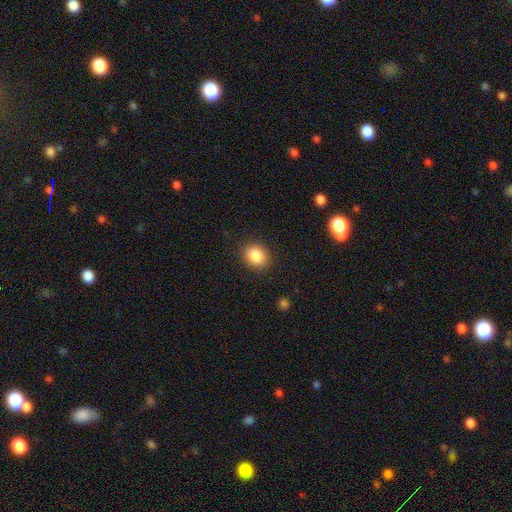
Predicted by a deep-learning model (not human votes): Smooth or featured? smooth (86%)
How rounded? round (61%)
Merging? none (88%)